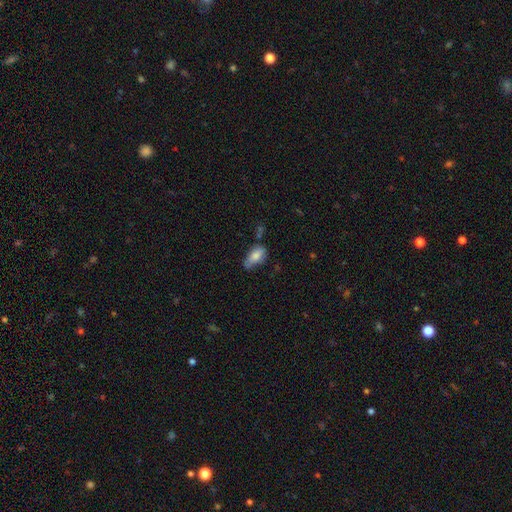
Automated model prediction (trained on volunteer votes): Smooth or featured? Predicted: smooth (p=0.76). How rounded? Predicted: in between (p=0.88). Merging? Predicted: none (p=0.45).